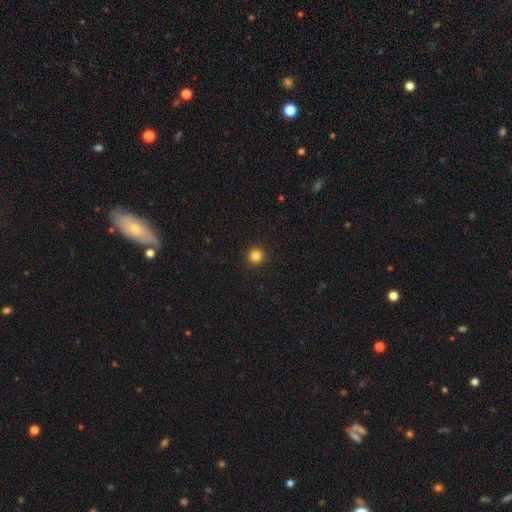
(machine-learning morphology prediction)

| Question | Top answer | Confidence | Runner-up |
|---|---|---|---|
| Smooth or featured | smooth | 84% | star or artifact (12%) |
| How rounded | round | 96% | in between (4%) |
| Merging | none | 93% | minor disturbance (4%) |